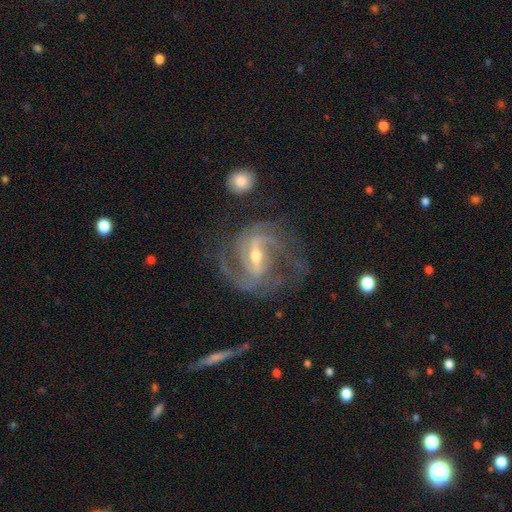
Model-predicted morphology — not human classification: A featured or disk galaxy (91%) with a strong bar (57%), 2 (57%) medium (52%) spiral arms (97%) and a moderate central bulge (48%, tied with small).

Vote fractions:
- Smooth or featured? featured or disk: 91% / star or artifact: 5% / smooth: 4%
- Edge-on disk? no: 96% / yes: 4%
- Bar? strong: 57% / weak: 34% / no: 9%
- Spiral arms? yes: 97% / no: 3%
- Spiral winding? medium: 52% / tight: 35% / loose: 14%
- Spiral arm count? 2: 57% / 3: 23% / can't tell: 8% / 4: 5% / 1: 4% / more than 4: 3%
- Bulge size? moderate: 48% (tied) / small: 48% (tied) / large: 2% / none: 1% / dominant: 1%
- Merging? none: 69% / minor disturbance: 17% / major disturbance: 12% / merger: 2%